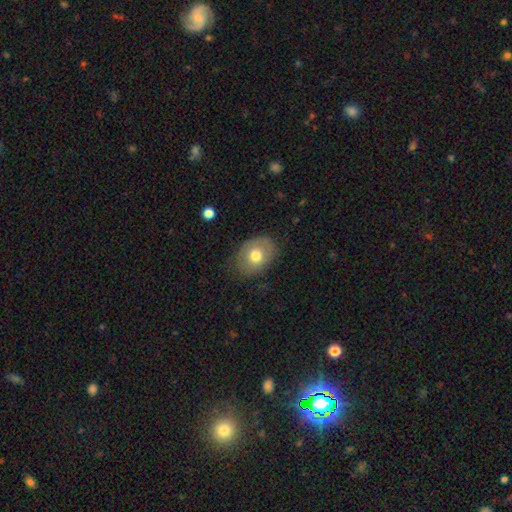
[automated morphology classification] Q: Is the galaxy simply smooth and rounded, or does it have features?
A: smooth — 67%.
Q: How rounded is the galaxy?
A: in between — 65%.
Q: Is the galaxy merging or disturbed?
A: none — 75%.